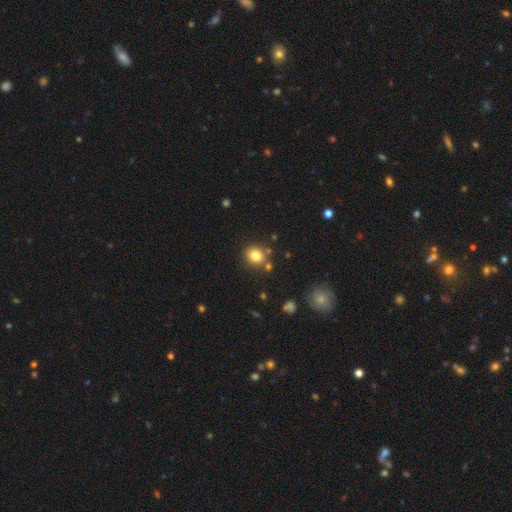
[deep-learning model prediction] The model was most divided on "how rounded": round: 75%, in between: 24%, cigar-shaped: 1%. More confident: smooth or featured — smooth (81%); merging — none (78%).